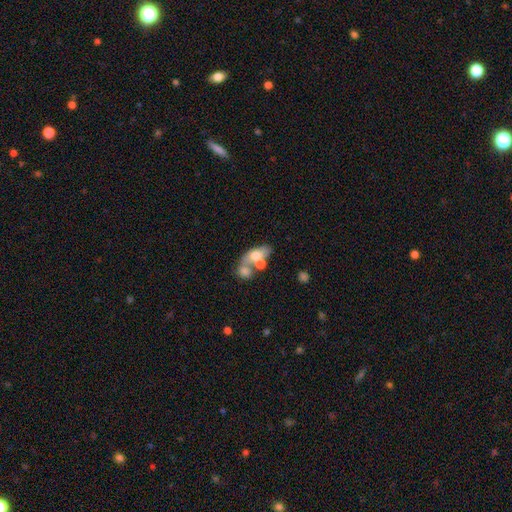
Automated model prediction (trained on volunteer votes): Morphology: type=smooth (59%); roundness=in between (81%); merging=merger (54%).